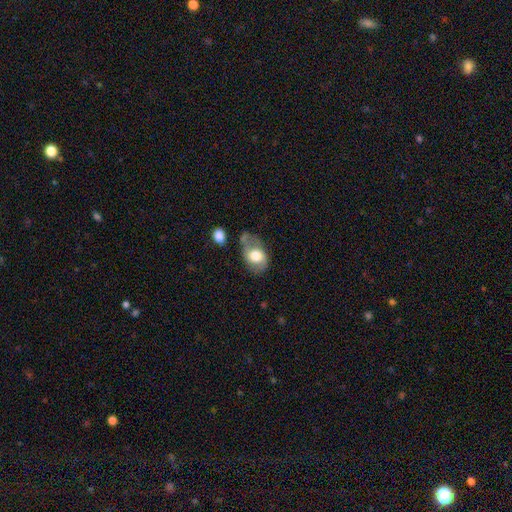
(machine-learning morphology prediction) Smooth or featured?
  - smooth: 62% *
  - featured or disk: 31%
  - star or artifact: 7%
How rounded?
  - in between: 83% *
  - round: 16%
  - cigar-shaped: 1%
Merging?
  - none: 46% *
  - minor disturbance: 30%
  - major disturbance: 14%
  - merger: 9%